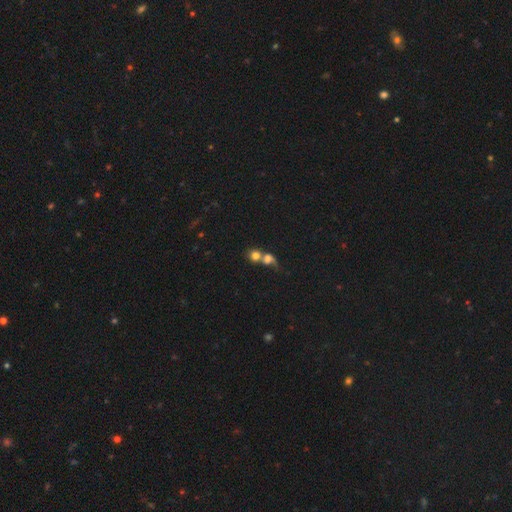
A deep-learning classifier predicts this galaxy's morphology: Smooth or featured? Predicted: smooth (p=0.74). How rounded? Predicted: round (p=0.77). Merging? Predicted: merger (p=0.69).